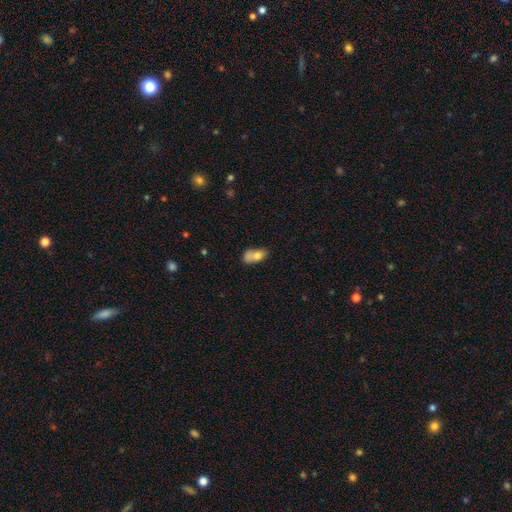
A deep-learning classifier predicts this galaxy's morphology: Q: Smooth or featured?
A: smooth (71%); runner-up: featured or disk (20%)
Q: How rounded?
A: in between (83%); runner-up: round (12%)
Q: Merging?
A: merger (32%); runner-up: none (31%)